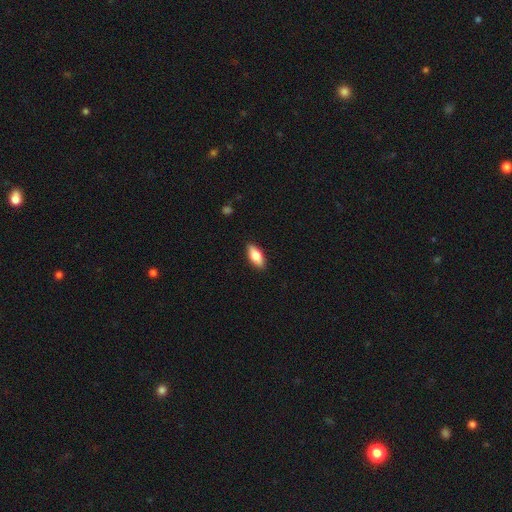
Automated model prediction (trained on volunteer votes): A smooth galaxy with no disk features (80%) that is in between round and cigar-shaped (82%). Merging: none (89%).